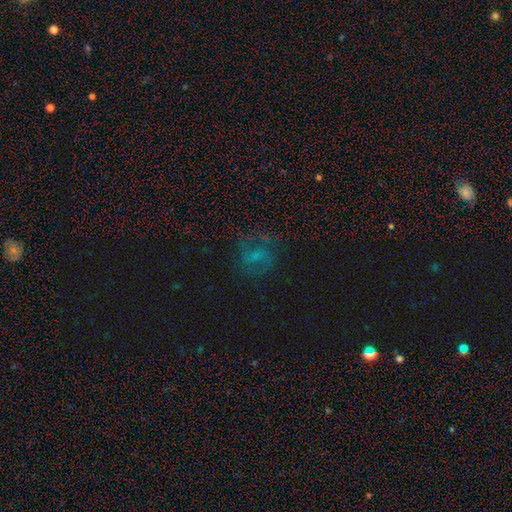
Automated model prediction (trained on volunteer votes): featured or disk 43%, smooth 32%, star or artifact 25%. Down the decision tree: merging — none (63%).